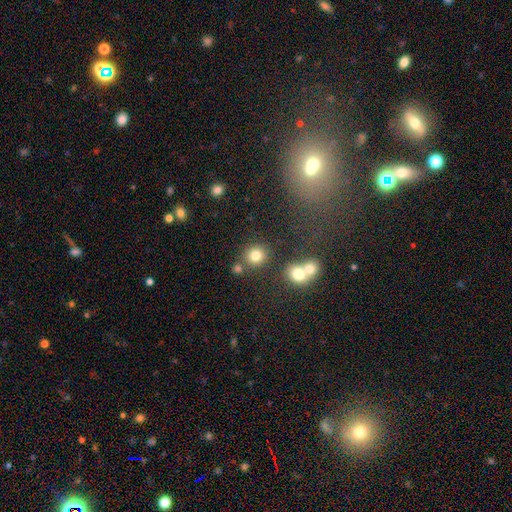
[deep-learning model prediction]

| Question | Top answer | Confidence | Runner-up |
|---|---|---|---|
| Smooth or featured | smooth | 79% | star or artifact (13%) |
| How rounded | round | 87% | in between (12%) |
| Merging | none | 73% | merger (15%) |